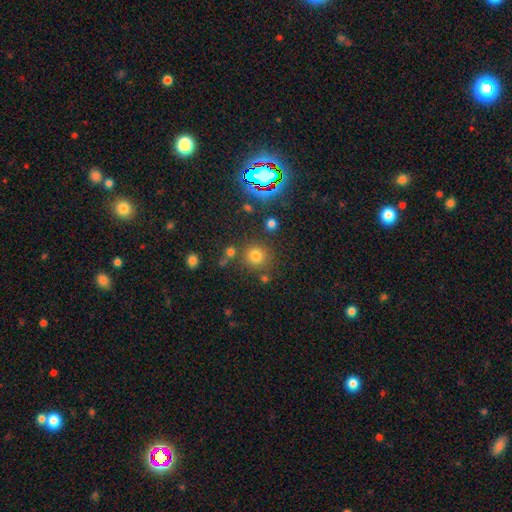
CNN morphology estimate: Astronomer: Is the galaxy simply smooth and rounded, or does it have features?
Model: smooth — 71%.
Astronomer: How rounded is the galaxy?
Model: round — 91%.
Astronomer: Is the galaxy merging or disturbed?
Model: none — 78%.